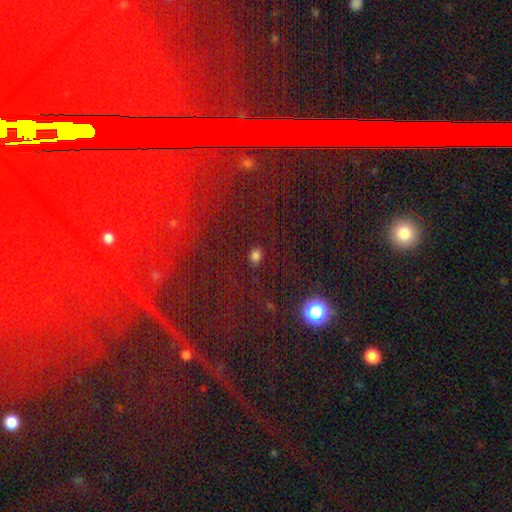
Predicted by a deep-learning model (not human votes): The model was most divided on "how rounded": round: 53%, in between: 45%, cigar-shaped: 2%. More confident: merging — none (85%); smooth or featured — smooth (67%).